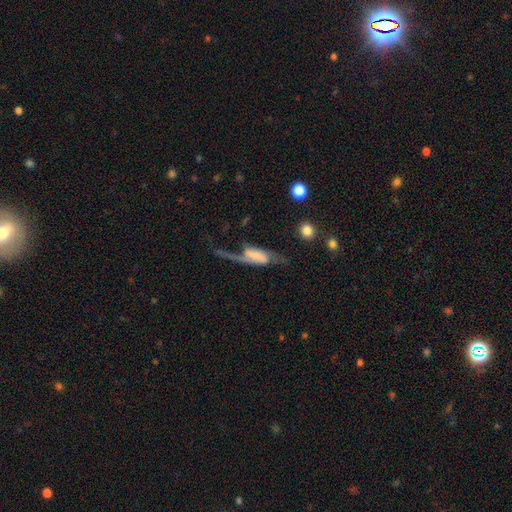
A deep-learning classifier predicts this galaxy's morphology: This is likely a featured or disk galaxy (66%). It is clearly not viewed edge-on (86%). Bar: marginally strong (36%). Spiral arm pattern: clearly yes (82%). Central bulge: possibly none (50%). Merging: possibly major disturbance (45%).